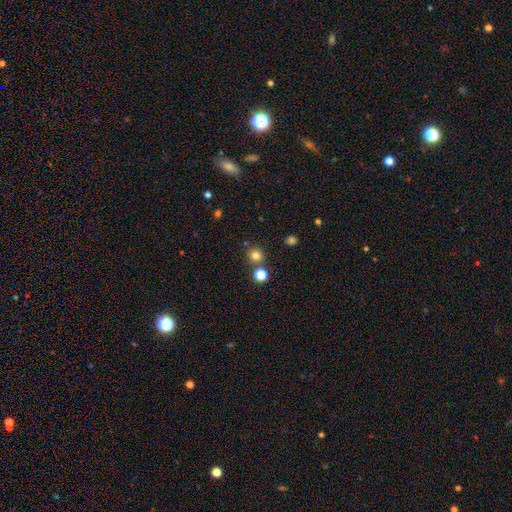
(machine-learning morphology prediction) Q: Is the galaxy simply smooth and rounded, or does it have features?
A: smooth — 78%.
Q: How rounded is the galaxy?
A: round — 91%.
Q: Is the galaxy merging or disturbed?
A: none — 79%.